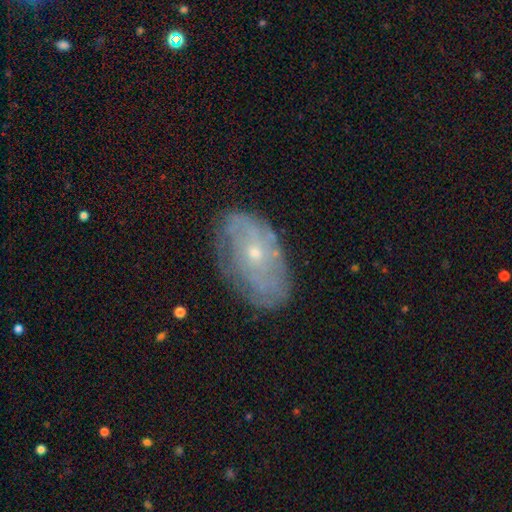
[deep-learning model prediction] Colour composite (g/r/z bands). It shows a featured or disk galaxy (66%) with no bar (82%), spiral arms (73%) and a small central bulge (73%). Merging: none (77%).